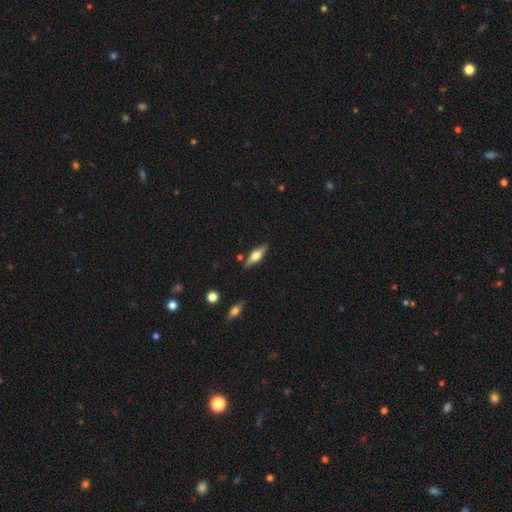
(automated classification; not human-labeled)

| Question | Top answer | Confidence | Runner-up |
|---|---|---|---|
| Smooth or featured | featured or disk | 62% | smooth (32%) |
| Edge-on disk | yes | 95% | no (5%) |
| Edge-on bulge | rounded | 91% | boxy (7%) |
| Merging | none | 84% | minor disturbance (11%) |